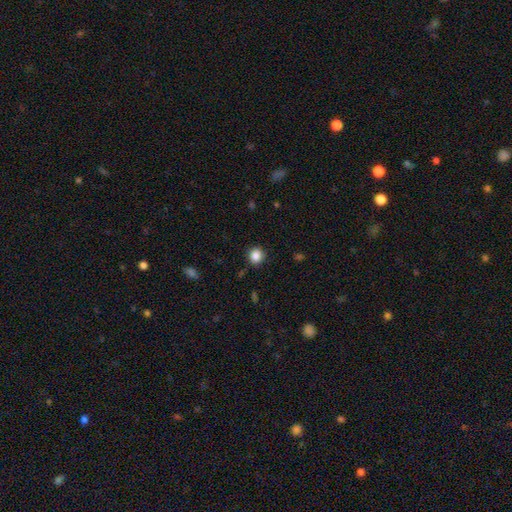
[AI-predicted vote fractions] A smooth galaxy with no disk features (85%) that is round (86%).

Vote fractions:
- Smooth or featured? smooth: 85% / star or artifact: 11% / featured or disk: 4%
- How rounded? round: 86% / in between: 13% / cigar-shaped: 1%
- Merging? none: 88% / minor disturbance: 9% / major disturbance: 2% / merger: 1%